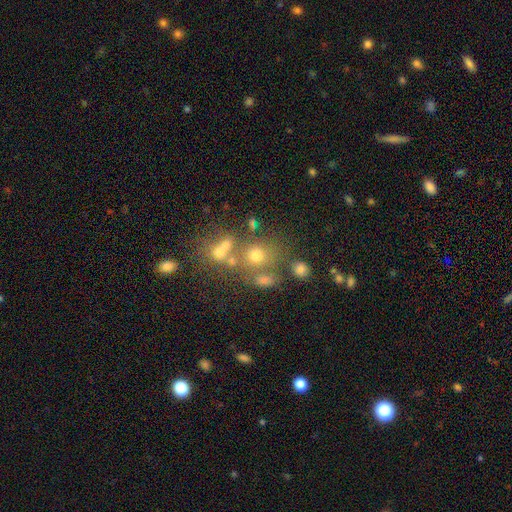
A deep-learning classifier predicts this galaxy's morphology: Overall: smooth (57%; star or artifact 23%). How rounded: round (71%). Merging: none (48%; merger 32%).